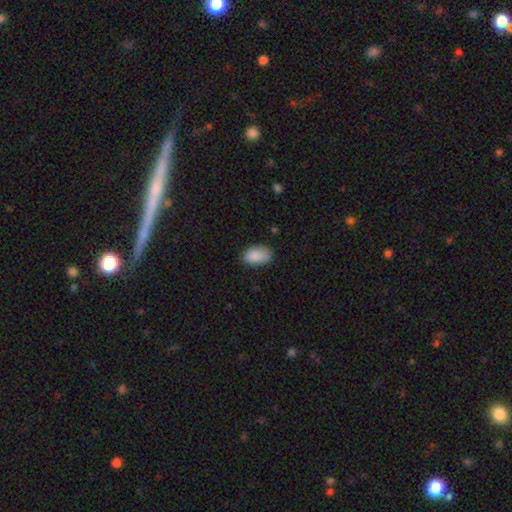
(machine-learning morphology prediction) Q: Smooth or featured?
A: smooth (88%); runner-up: star or artifact (8%)
Q: How rounded?
A: in between (92%); runner-up: round (7%)
Q: Merging?
A: none (71%); runner-up: minor disturbance (23%)